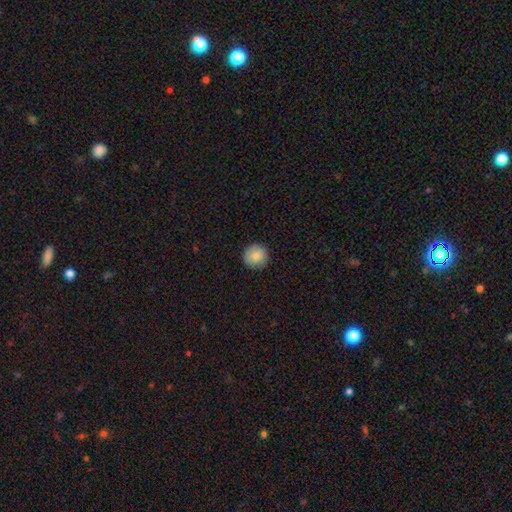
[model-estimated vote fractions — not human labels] Morphology: type=smooth (87%); roundness=round (95%); merging=none (91%).